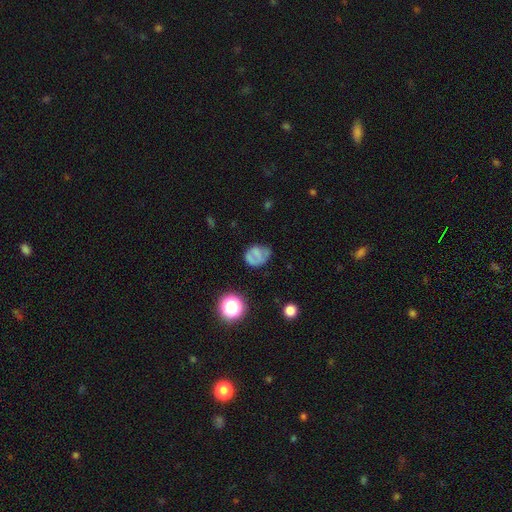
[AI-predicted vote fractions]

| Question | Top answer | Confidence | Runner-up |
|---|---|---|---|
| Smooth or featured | smooth | 55% | featured or disk (30%) |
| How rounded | round | 53% | in between (45%) |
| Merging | none | 54% | minor disturbance (26%) |